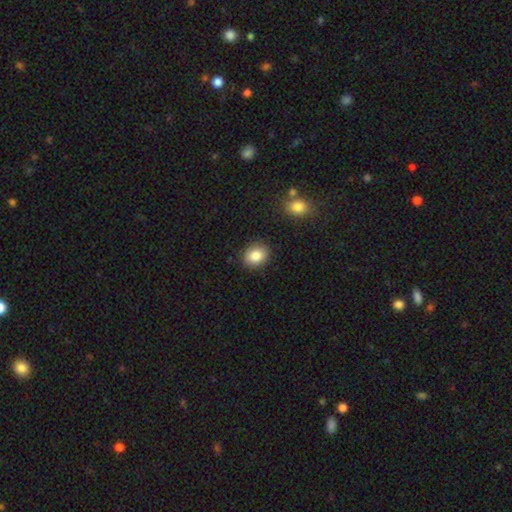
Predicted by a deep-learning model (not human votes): Morphology: type=smooth (85%); roundness=round (50%); merging=none (88%).